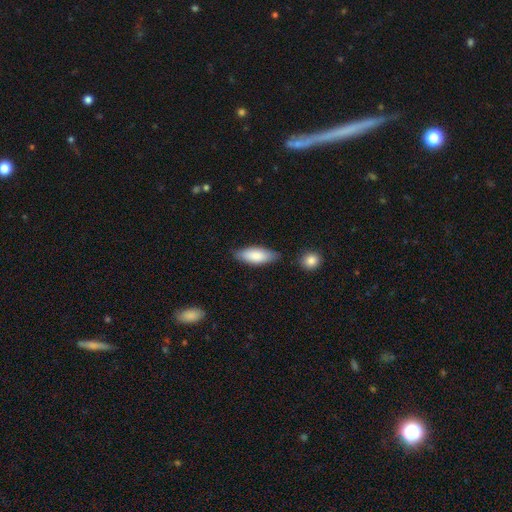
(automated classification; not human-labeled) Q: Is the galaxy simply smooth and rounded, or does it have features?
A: smooth — 84%.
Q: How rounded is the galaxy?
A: in between — 75%.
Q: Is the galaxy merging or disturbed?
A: none — 78%.